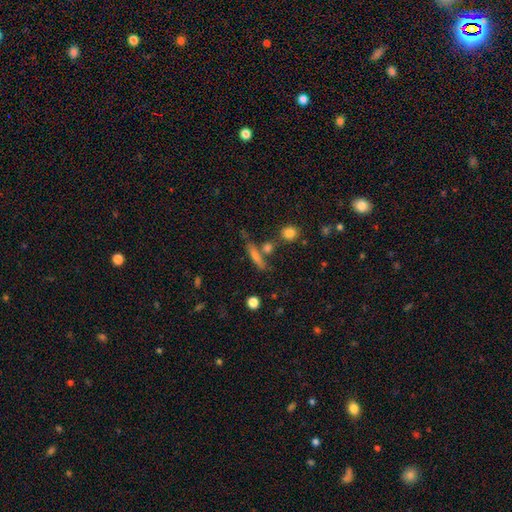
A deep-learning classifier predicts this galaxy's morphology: Smooth or featured?
  - smooth: 48% *
  - featured or disk: 39%
  - star or artifact: 13%
Merging?
  - none: 70% *
  - minor disturbance: 14%
  - merger: 11%
  - major disturbance: 5%